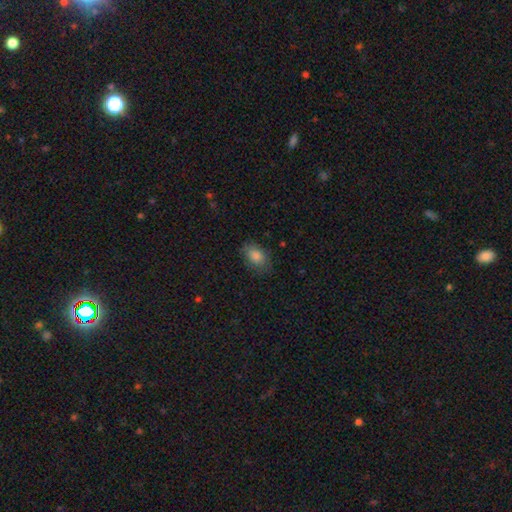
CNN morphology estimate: Overall: smooth (81%). How rounded: in between (84%). Merging: none (80%).